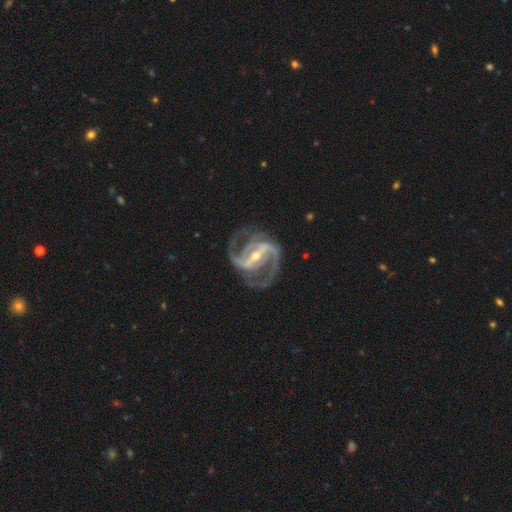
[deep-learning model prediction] Smooth or featured? Predicted: featured or disk (p=0.94). Edge-on disk? Predicted: no (p=0.97). Bar? Predicted: strong (p=0.75). Spiral arms? Predicted: yes (p=0.98). Spiral winding? Predicted: medium (p=0.60). Spiral arm count? Predicted: 2 (p=0.70). Bulge size? Predicted: small (p=0.55). Merging? Predicted: none (p=0.74).